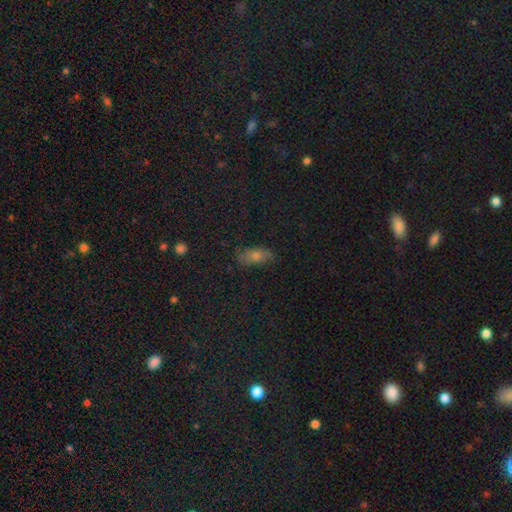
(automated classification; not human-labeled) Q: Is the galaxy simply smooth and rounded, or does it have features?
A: smooth — 63%.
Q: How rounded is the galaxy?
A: in between — 79%.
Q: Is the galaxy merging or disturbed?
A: none — 74%.